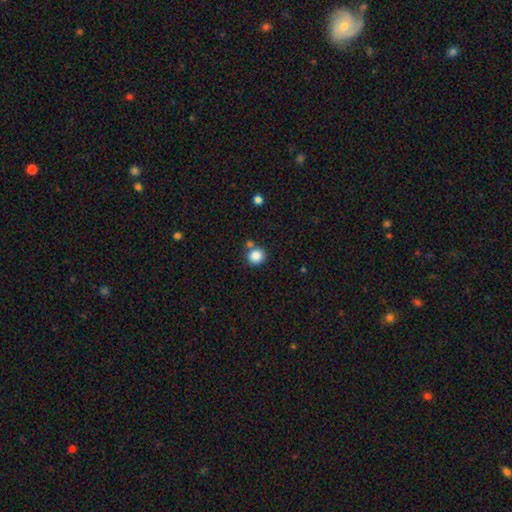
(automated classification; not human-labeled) Q: Smooth or featured?
A: smooth (86%); runner-up: star or artifact (10%)
Q: How rounded?
A: round (89%); runner-up: in between (10%)
Q: Merging?
A: none (71%); runner-up: merger (17%)